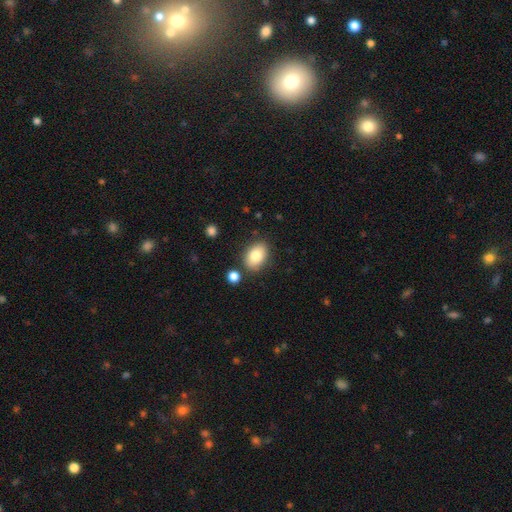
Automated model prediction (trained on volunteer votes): smooth 81%, featured or disk 11%, star or artifact 8%. Down the decision tree: how rounded — in between (83%); merging — none (82%).